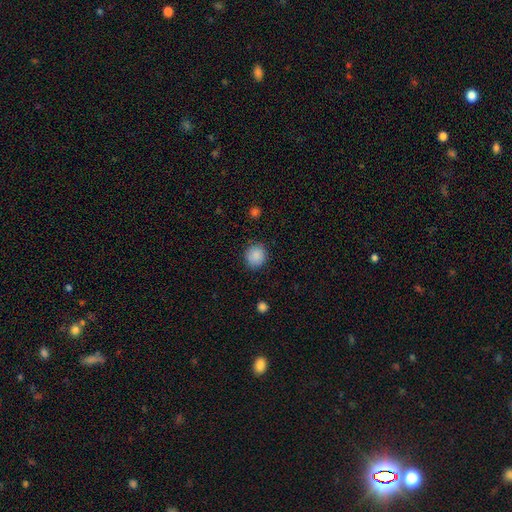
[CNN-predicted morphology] A smooth galaxy with no disk features (88%) that is round (86%). Merging: none (87%).